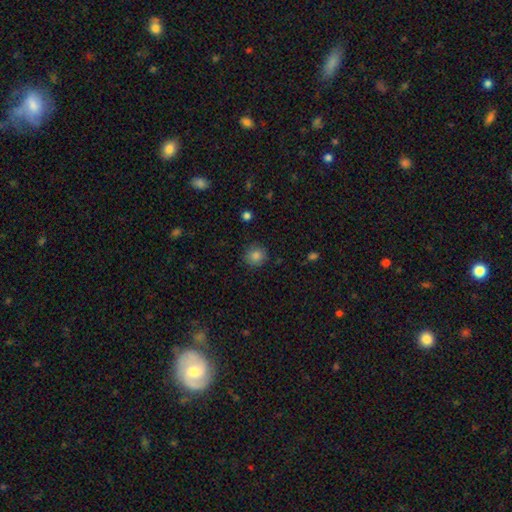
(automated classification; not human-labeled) Overall: smooth (84%). How rounded: round (90%). Merging: none (87%).